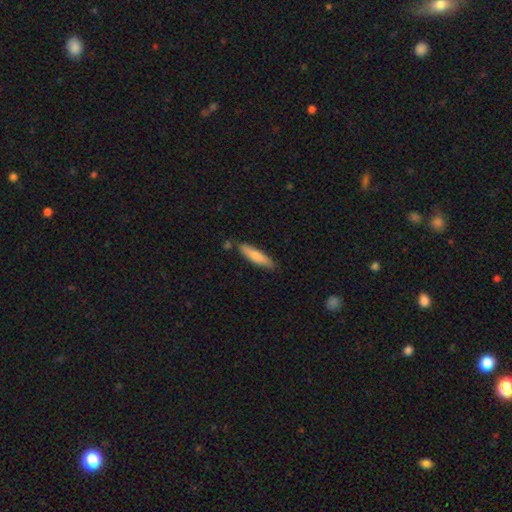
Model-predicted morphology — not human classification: smooth 79%, featured or disk 16%, star or artifact 5%. Down the decision tree: how rounded — cigar-shaped (79%); merging — none (81%).